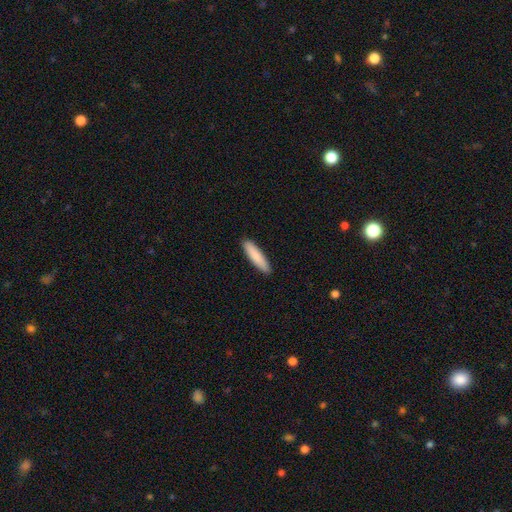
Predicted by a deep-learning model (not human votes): Overall: smooth (86%). How rounded: cigar-shaped (82%). Merging: none (91%).